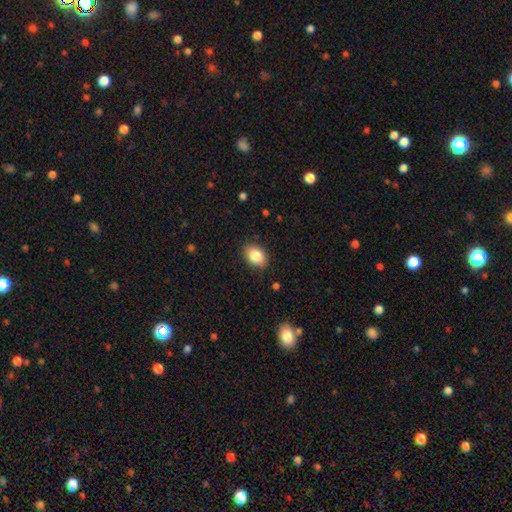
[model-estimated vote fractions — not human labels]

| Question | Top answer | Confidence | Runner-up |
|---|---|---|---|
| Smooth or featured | smooth | 85% | star or artifact (8%) |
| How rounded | in between | 77% | round (22%) |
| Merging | none | 82% | minor disturbance (14%) |